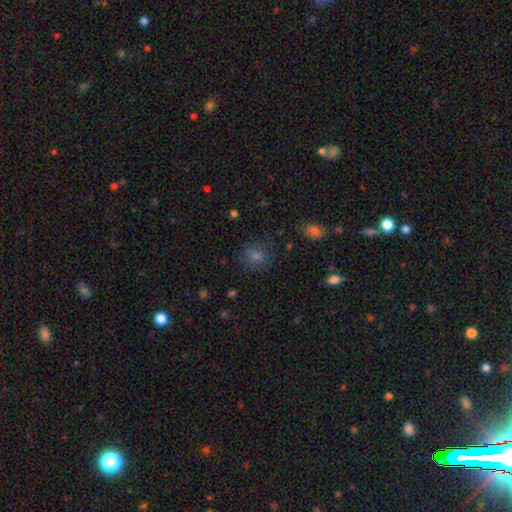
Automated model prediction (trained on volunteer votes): The model was most divided on "smooth or featured": smooth: 66%, star or artifact: 25%, featured or disk: 8%. More confident: merging — none (83%); how rounded — round (79%).